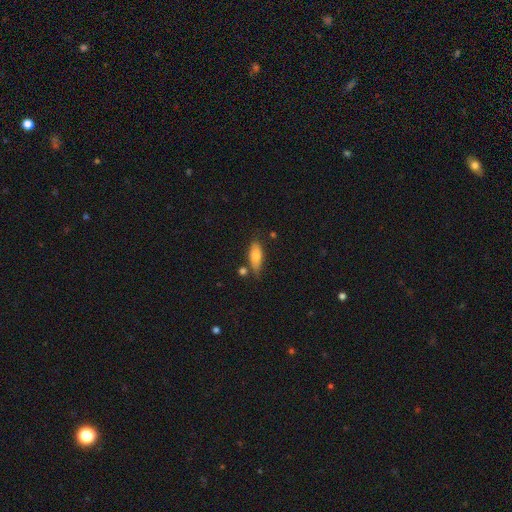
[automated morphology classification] The model was most divided on "how rounded": in between: 68%, cigar-shaped: 29%, round: 3%. More confident: smooth or featured — smooth (77%); merging — none (66%).